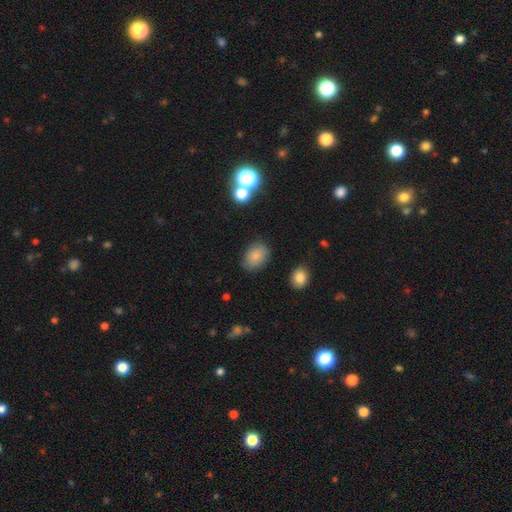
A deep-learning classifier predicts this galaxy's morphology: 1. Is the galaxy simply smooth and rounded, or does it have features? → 84% smooth, 10% star or artifact, 7% featured or disk.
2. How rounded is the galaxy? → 77% in between, 22% round, 1% cigar-shaped.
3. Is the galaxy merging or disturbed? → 82% none, 12% minor disturbance, 3% major disturbance, 2% merger.